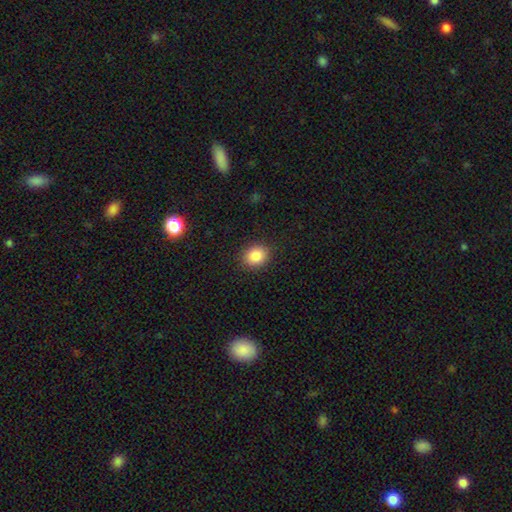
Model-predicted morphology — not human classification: type=smooth (86%); roundness=round (66%); merging=none (89%).